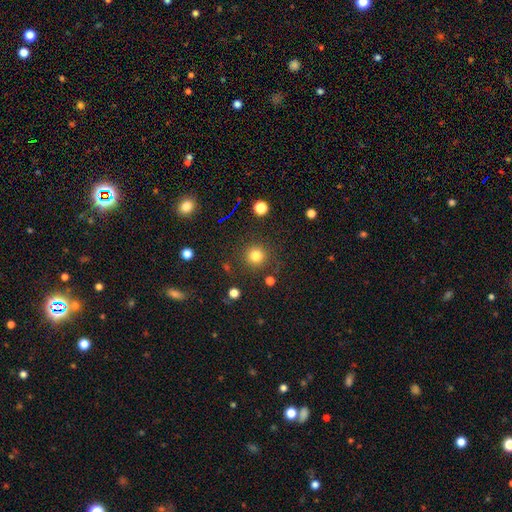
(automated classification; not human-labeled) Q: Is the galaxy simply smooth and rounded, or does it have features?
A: smooth — 79%.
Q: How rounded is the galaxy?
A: round — 94%.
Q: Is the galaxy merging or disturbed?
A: none — 86%.